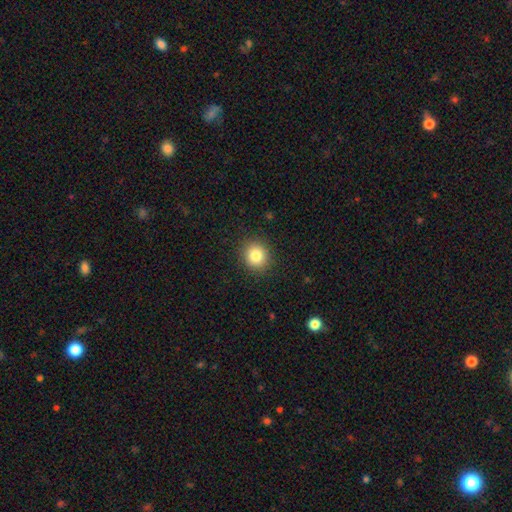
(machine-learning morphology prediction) smooth-or-featured: smooth: 83% | star or artifact: 10% | featured or disk: 6%
  how-rounded: round: 88% | in between: 11% | cigar-shaped: 1%
  merging: none: 91% | minor disturbance: 6% | major disturbance: 2% | merger: 1%